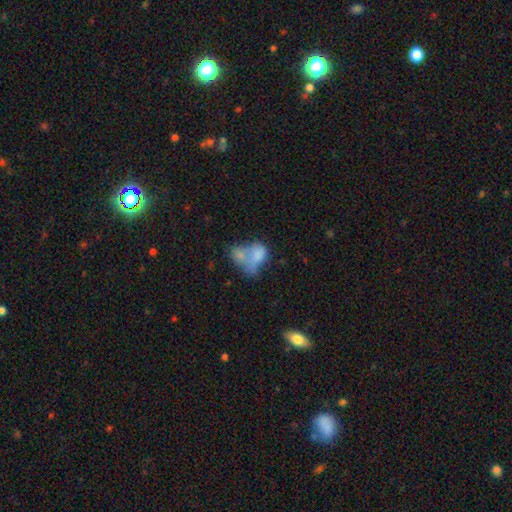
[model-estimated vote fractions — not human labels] Smooth or featured? smooth (65%)
How rounded? in between (79%)
Merging? merger (62%)